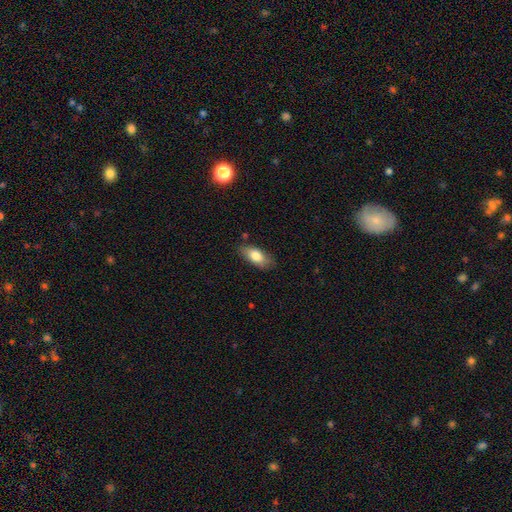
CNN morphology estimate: This appears to be a smooth galaxy with no disk features (78%) that is in between round and cigar-shaped (85%). Merging: none (76%).